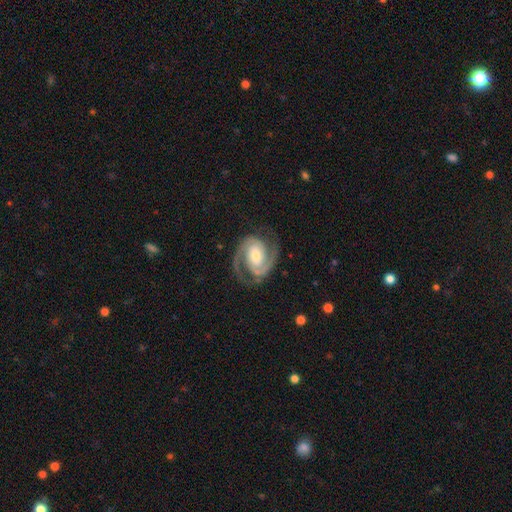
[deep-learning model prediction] A featured or disk galaxy (91%) with no bar (47%), 2 (94%) medium (50%) spiral arms (98%) and a moderate central bulge (55%).

Vote fractions:
- Smooth or featured? featured or disk: 91% / smooth: 4% / star or artifact: 4%
- Edge-on disk? no: 98% / yes: 2%
- Bar? no: 47% / weak: 35% / strong: 18%
- Spiral arms? yes: 98% / no: 2%
- Spiral winding? medium: 50% / tight: 41% / loose: 9%
- Spiral arm count? 2: 94% / can't tell: 2% / 3: 2% / 1: 1% / 4: 1% / more than 4: 1%
- Bulge size? moderate: 55% / small: 30% / large: 11% / none: 3% / dominant: 2%
- Merging? none: 81% / minor disturbance: 13% / major disturbance: 6% / merger: 1%